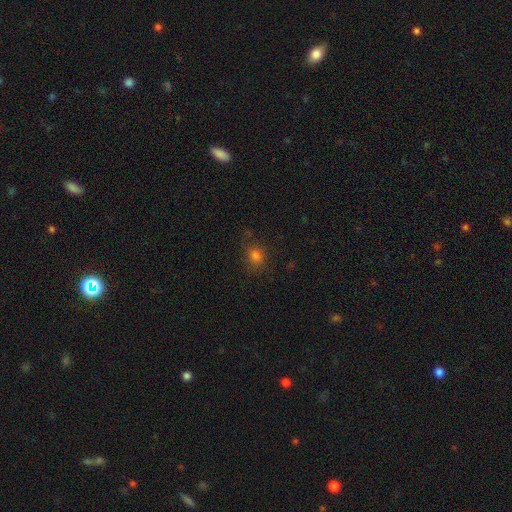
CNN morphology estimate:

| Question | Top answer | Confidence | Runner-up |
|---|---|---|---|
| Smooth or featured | smooth | 78% | star or artifact (15%) |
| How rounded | round | 63% | in between (36%) |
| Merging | none | 70% | minor disturbance (20%) |